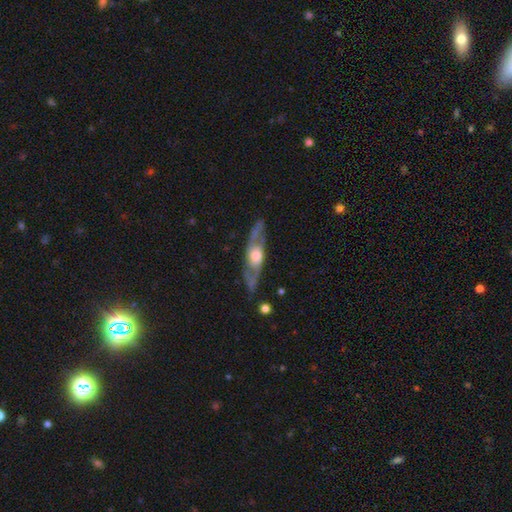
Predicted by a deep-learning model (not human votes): A featured or disk galaxy (76%).

Vote fractions:
- Smooth or featured? featured or disk: 76% / smooth: 20% / star or artifact: 4%
- Edge-on disk? no: 52% / yes: 48%
- Merging? none: 78% / minor disturbance: 14% / major disturbance: 5% / merger: 2%